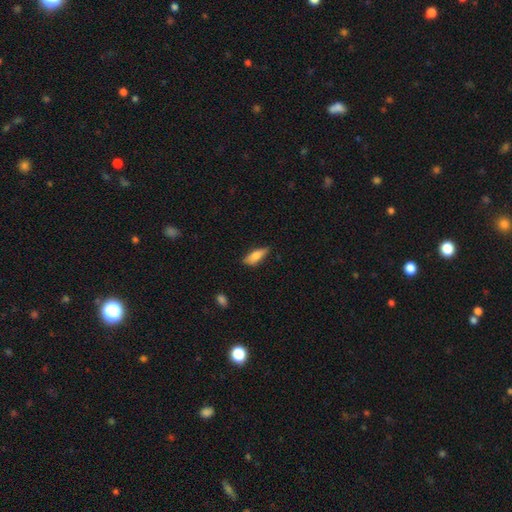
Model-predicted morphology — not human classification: Q: Smooth or featured?
A: smooth (72%); runner-up: featured or disk (22%)
Q: How rounded?
A: in between (62%); runner-up: cigar-shaped (36%)
Q: Merging?
A: none (75%); runner-up: minor disturbance (21%)